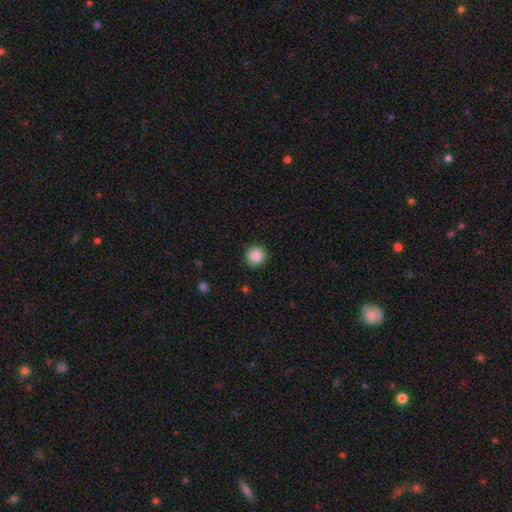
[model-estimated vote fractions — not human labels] Q: Smooth or featured?
A: smooth (89%); runner-up: star or artifact (9%)
Q: How rounded?
A: round (93%); runner-up: in between (6%)
Q: Merging?
A: none (91%); runner-up: minor disturbance (6%)